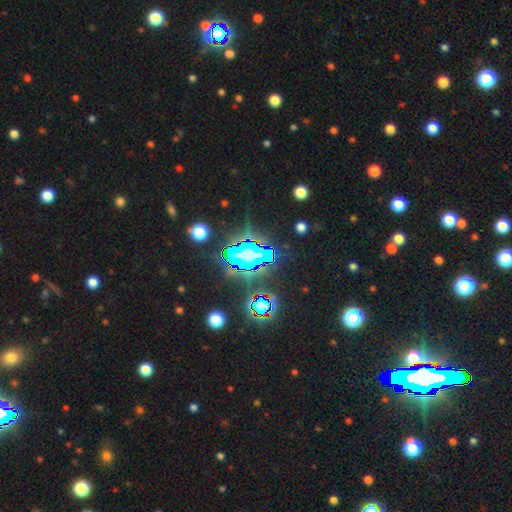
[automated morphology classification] A star or artifact, not a galaxy (69%).

Vote fractions:
- Smooth or featured? star or artifact: 69% / smooth: 18% / featured or disk: 13%